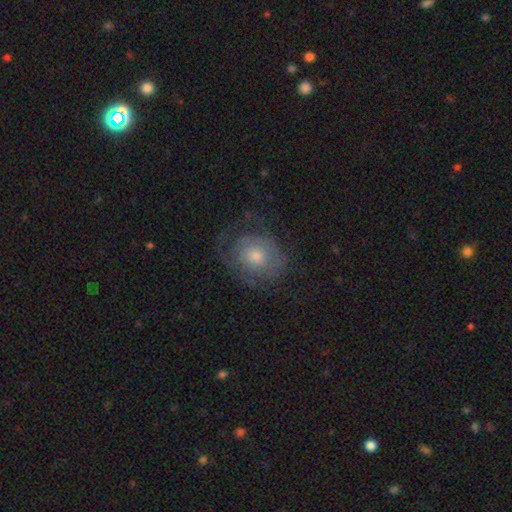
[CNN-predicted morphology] Smooth or featured? Predicted: featured or disk (p=0.54). Edge-on disk? Predicted: no (p=0.96). Bar? Predicted: no (p=0.83). Spiral arms? Predicted: yes (p=0.67). Bulge size? Predicted: moderate (p=0.55). Merging? Predicted: none (p=0.61).